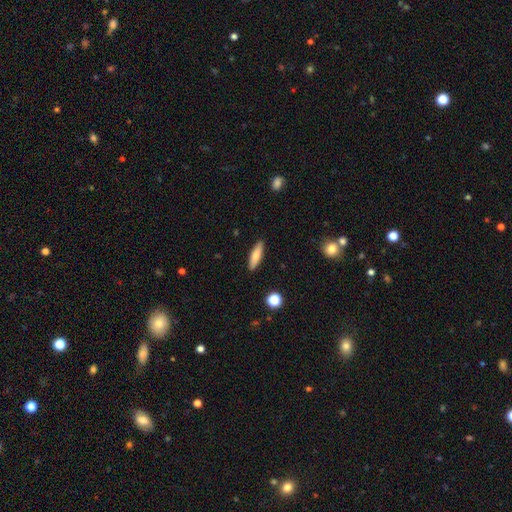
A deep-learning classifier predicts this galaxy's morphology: Smooth or featured? smooth (77%)
How rounded? cigar-shaped (66%)
Merging? none (89%)